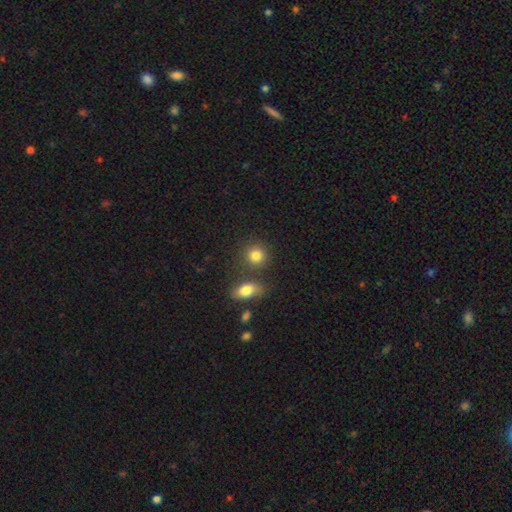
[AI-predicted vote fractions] The model was most divided on "merging": none: 72%, merger: 14%, minor disturbance: 10%, major disturbance: 4%. More confident: how rounded — round (82%); smooth or featured — smooth (82%).